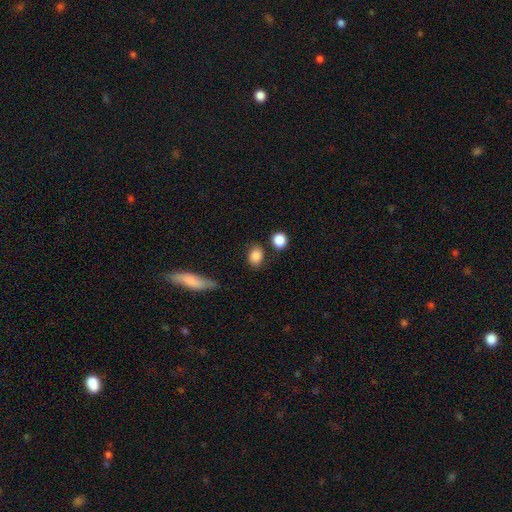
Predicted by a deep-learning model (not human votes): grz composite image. It shows a smooth galaxy with no disk features (86%) that is in between round and cigar-shaped (55%). Merging: none (73%).